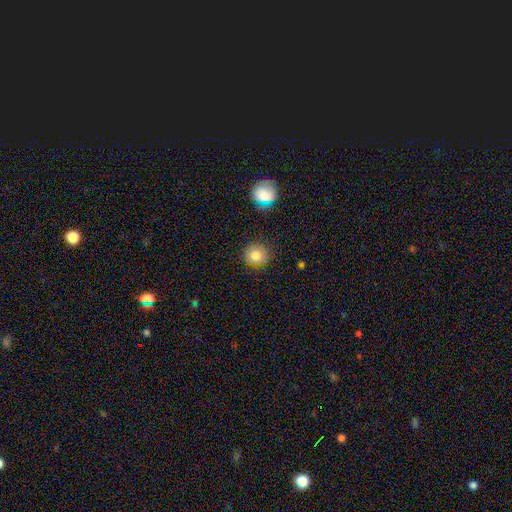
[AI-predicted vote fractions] Smooth or featured? Predicted: smooth (p=0.81). How rounded? Predicted: round (p=0.90). Merging? Predicted: none (p=0.85).